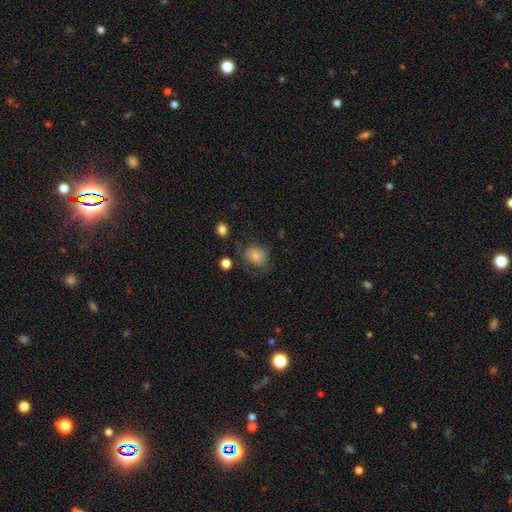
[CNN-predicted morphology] This appears to be a smooth galaxy with no disk features (79%) that is round (59%). Merging: none (58%).